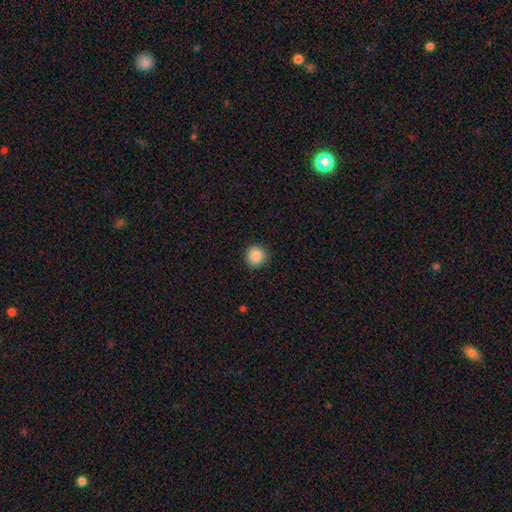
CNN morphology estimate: smooth 88%, star or artifact 9%, featured or disk 3%. Down the decision tree: how rounded — round (94%); merging — none (91%).